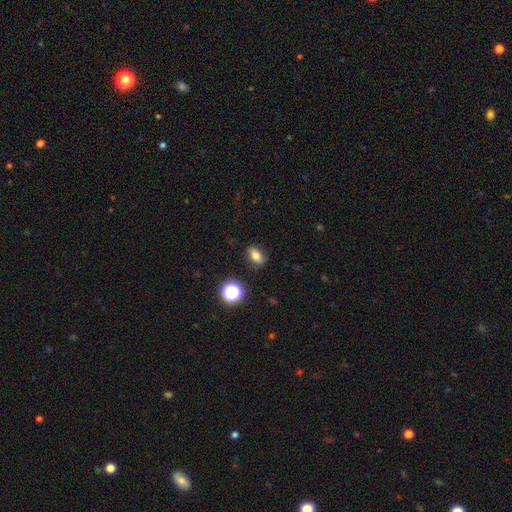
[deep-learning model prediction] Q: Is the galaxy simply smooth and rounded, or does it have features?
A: smooth — 69%.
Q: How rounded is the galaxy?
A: in between — 75%.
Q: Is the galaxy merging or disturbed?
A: none — 83%.